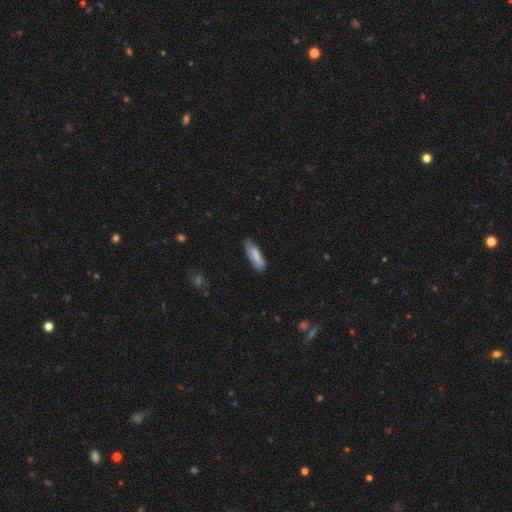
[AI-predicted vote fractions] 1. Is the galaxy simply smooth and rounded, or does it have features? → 77% smooth, 17% featured or disk, 6% star or artifact.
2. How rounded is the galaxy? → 52% cigar-shaped, 46% in between, 1% round.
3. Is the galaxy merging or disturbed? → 69% none, 25% minor disturbance, 5% major disturbance, 2% merger.